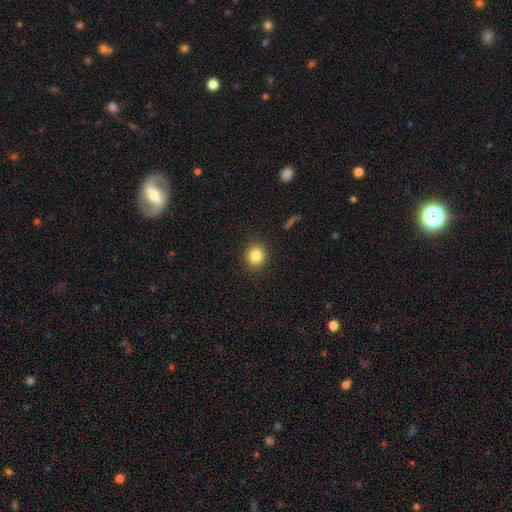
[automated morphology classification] smooth-or-featured: smooth: 84% | star or artifact: 10% | featured or disk: 5%
  how-rounded: round: 83% | in between: 16% | cigar-shaped: 1%
  merging: none: 90% | minor disturbance: 7% | major disturbance: 2% | merger: 1%